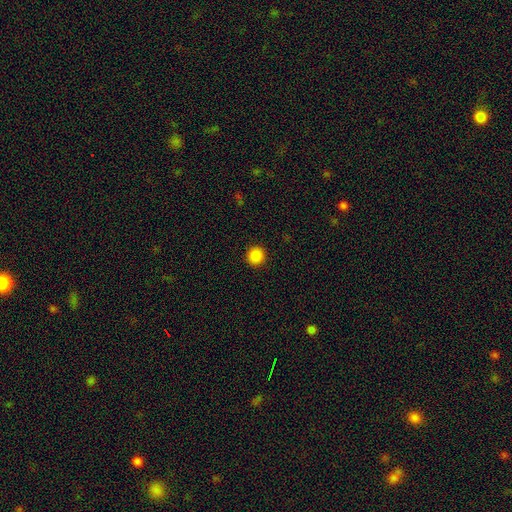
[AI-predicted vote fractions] The model was most divided on "smooth or featured": smooth: 87%, star or artifact: 10%, featured or disk: 3%. More confident: how rounded — round (95%); merging — none (93%).